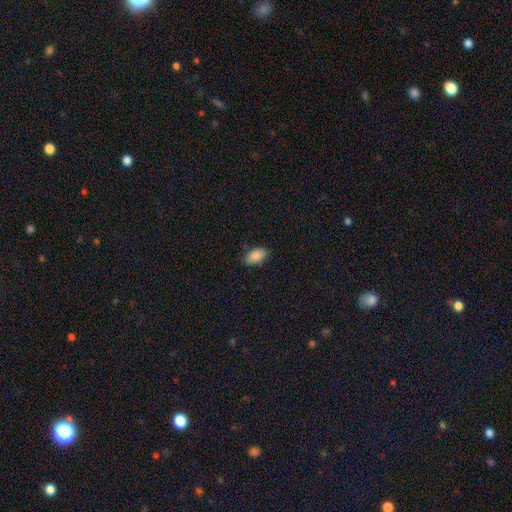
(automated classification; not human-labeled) Smooth or featured?
  - smooth: 88% *
  - star or artifact: 7%
  - featured or disk: 5%
How rounded?
  - in between: 93% *
  - round: 5%
  - cigar-shaped: 3%
Merging?
  - none: 80% *
  - minor disturbance: 16%
  - major disturbance: 3%
  - merger: 1%